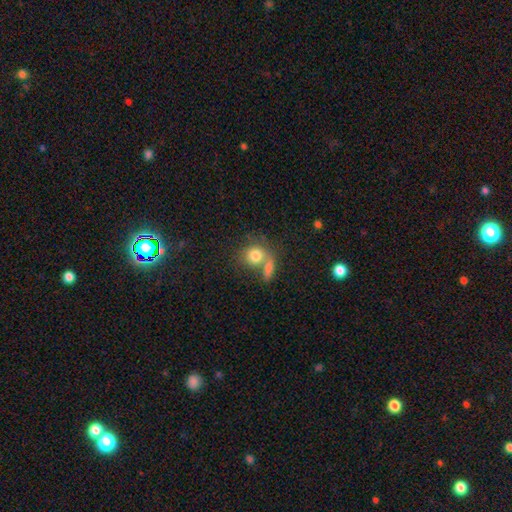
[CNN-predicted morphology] Overall: smooth (78%). How rounded: round (74%). Merging: merger (43%; none 40%).